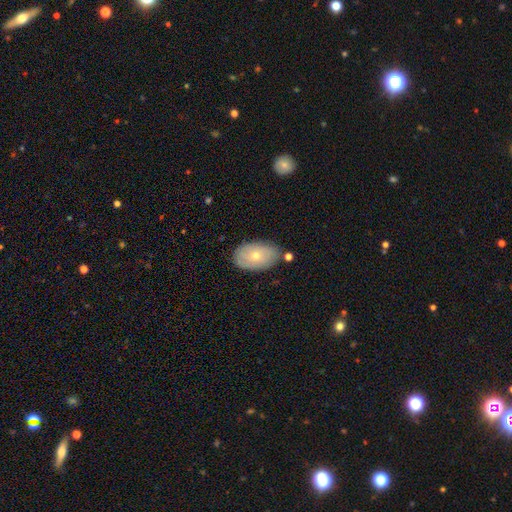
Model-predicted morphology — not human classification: A smooth galaxy with no disk features (59%) that is in between round and cigar-shaped (91%).

Vote fractions:
- Smooth or featured? smooth: 59% / featured or disk: 33% / star or artifact: 8%
- How rounded? in between: 91% / round: 7% / cigar-shaped: 1%
- Merging? none: 78% / minor disturbance: 16% / major disturbance: 3% / merger: 3%